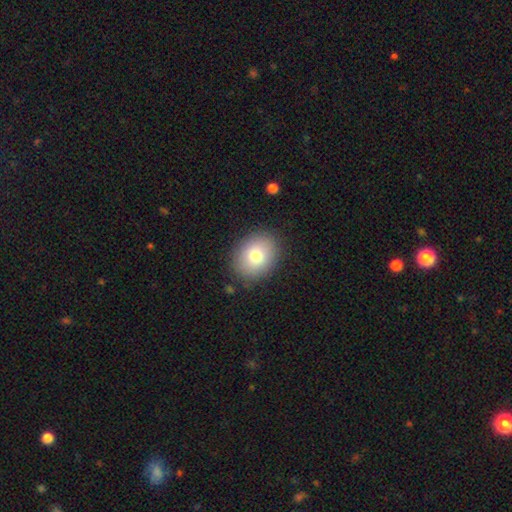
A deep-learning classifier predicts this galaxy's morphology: A smooth galaxy with no disk features (78%) that is in between round and cigar-shaped (50%).

Vote fractions:
- Smooth or featured? smooth: 78% / featured or disk: 12% / star or artifact: 9%
- How rounded? in between: 50% / round: 49% / cigar-shaped: 1%
- Merging? none: 86% / minor disturbance: 10% / major disturbance: 3% / merger: 1%